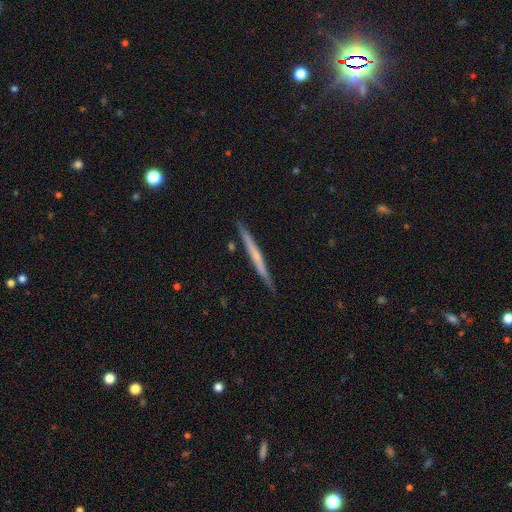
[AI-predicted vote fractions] featured or disk 55%, smooth 39%, star or artifact 5%. Down the decision tree: edge-on disk — yes (97%); edge-on bulge — none (77%); merging — none (89%).